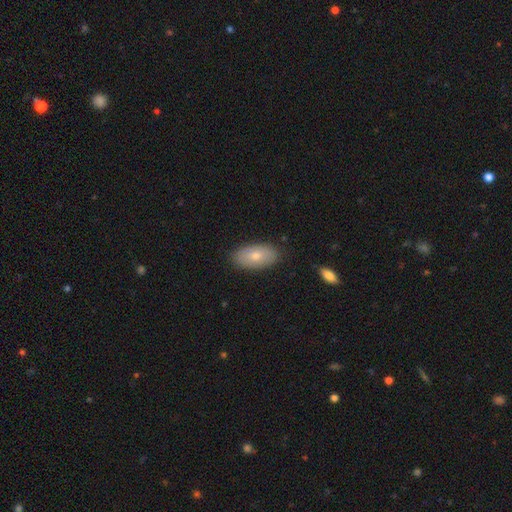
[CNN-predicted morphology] A smooth galaxy with no disk features (73%) that is in between round and cigar-shaped (94%).

Vote fractions:
- Smooth or featured? smooth: 73% / featured or disk: 20% / star or artifact: 6%
- How rounded? in between: 94% / round: 3% / cigar-shaped: 3%
- Merging? none: 85% / minor disturbance: 12% / major disturbance: 2% / merger: 1%